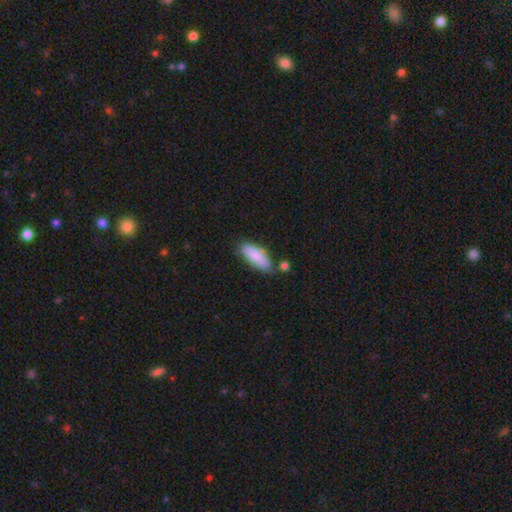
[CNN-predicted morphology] Q: Smooth or featured?
A: smooth (82%); runner-up: featured or disk (12%)
Q: How rounded?
A: in between (65%); runner-up: cigar-shaped (33%)
Q: Merging?
A: none (67%); runner-up: minor disturbance (20%)